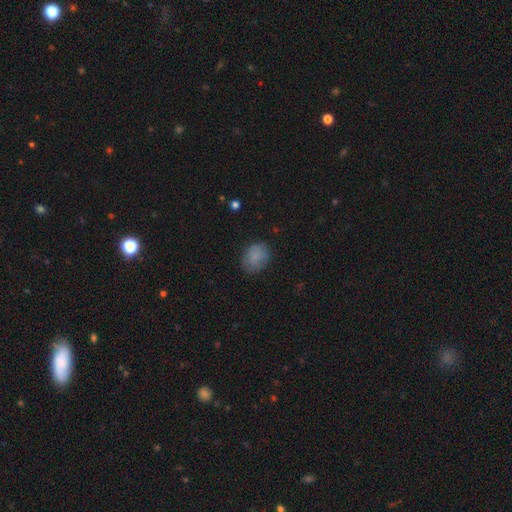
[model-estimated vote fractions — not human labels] smooth_or_featured: smooth (p=0.81) [alt: featured or disk p=0.10]
how_rounded: in between (p=0.64) [alt: round p=0.35]
merging: none (p=0.75) [alt: minor disturbance p=0.19]